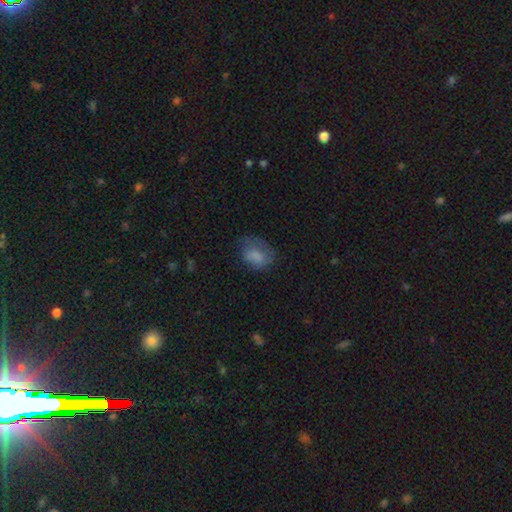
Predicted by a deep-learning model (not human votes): Morphology: type=smooth (73%); roundness=in between (65%); merging=none (45%).